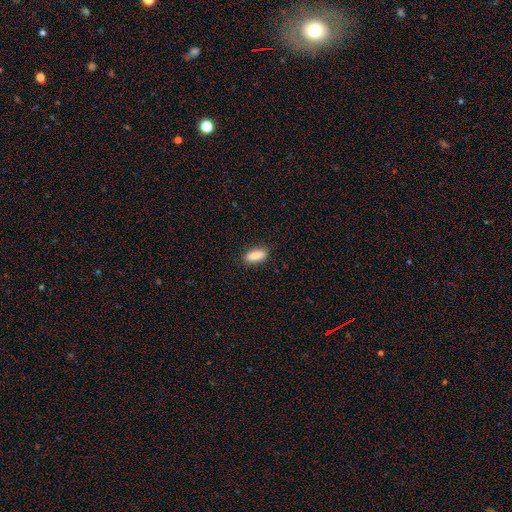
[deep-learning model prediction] Morphology: type=smooth (86%); roundness=in between (76%); merging=none (87%).